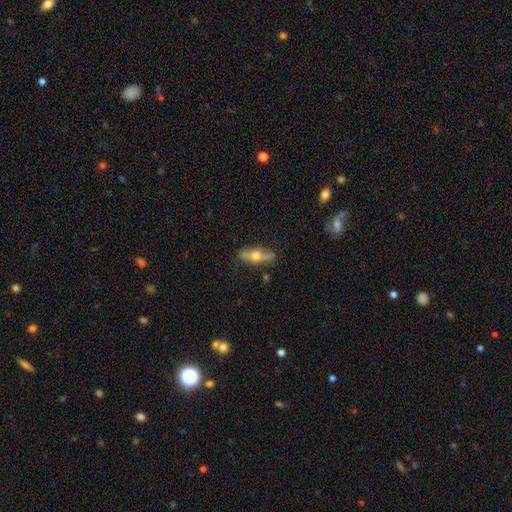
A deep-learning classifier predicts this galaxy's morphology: featured or disk 50%, smooth 43%, star or artifact 7%. Down the decision tree: edge-on disk — yes (83%); merging — none (82%).